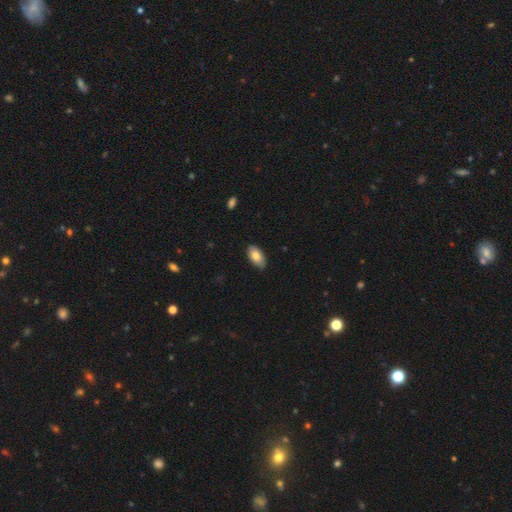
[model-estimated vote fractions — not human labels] Q: Smooth or featured?
A: smooth (82%); runner-up: featured or disk (12%)
Q: How rounded?
A: in between (94%); runner-up: cigar-shaped (3%)
Q: Merging?
A: none (85%); runner-up: minor disturbance (13%)